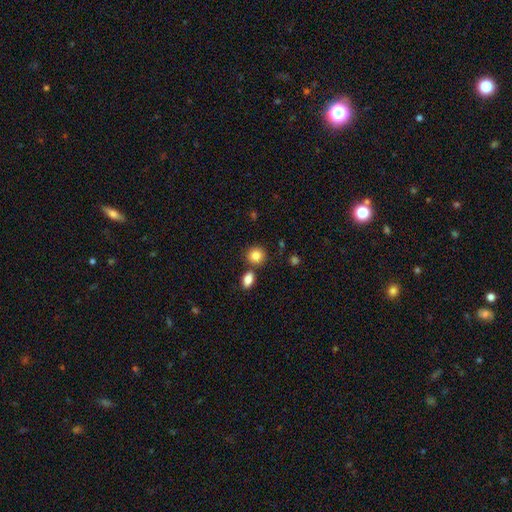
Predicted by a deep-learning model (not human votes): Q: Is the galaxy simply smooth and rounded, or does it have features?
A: smooth — 85%.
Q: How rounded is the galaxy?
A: round — 83%.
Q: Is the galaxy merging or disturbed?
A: none — 75%.